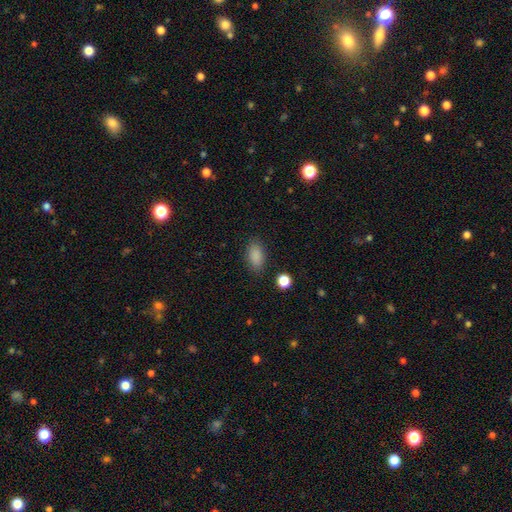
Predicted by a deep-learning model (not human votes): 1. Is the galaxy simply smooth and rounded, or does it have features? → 87% smooth, 9% star or artifact, 4% featured or disk.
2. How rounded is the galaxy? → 89% in between, 7% round, 4% cigar-shaped.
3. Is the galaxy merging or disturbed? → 85% none, 10% minor disturbance, 3% major disturbance, 2% merger.